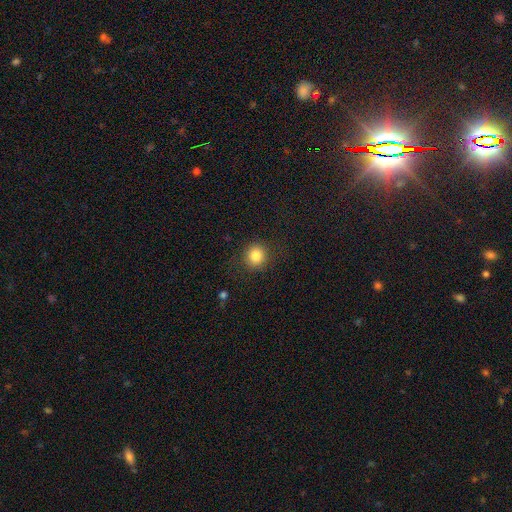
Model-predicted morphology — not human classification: smooth_or_featured: smooth (p=0.84) [alt: star or artifact p=0.10]
how_rounded: round (p=0.89) [alt: in between p=0.10]
merging: none (p=0.86) [alt: minor disturbance p=0.09]